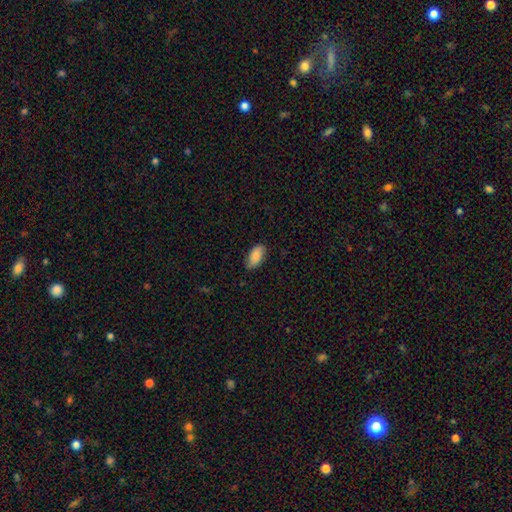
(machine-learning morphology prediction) The model was most divided on "merging": none: 78%, minor disturbance: 18%, major disturbance: 3%, merger: 1%. More confident: how rounded — in between (92%); smooth or featured — smooth (85%).